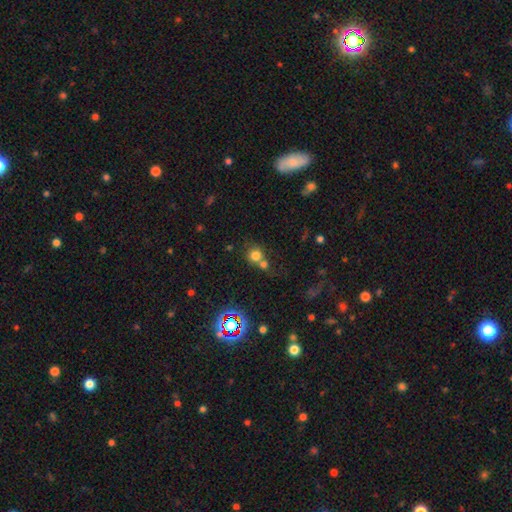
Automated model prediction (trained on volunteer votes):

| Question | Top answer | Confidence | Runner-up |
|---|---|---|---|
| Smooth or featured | smooth | 73% | star or artifact (17%) |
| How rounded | round | 87% | in between (12%) |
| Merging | none | 47% | merger (42%) |